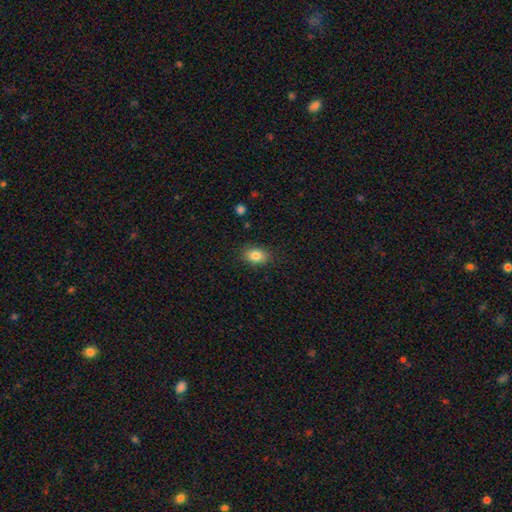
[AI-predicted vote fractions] Morphology: type=smooth (84%); roundness=in between (78%); merging=none (87%).